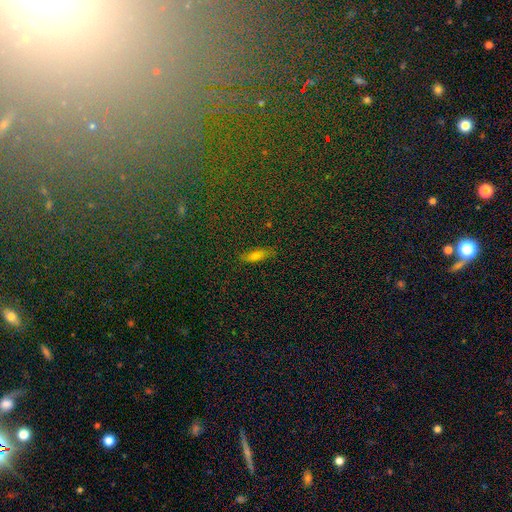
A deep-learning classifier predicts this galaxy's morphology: This appears to be a smooth galaxy with no disk features (66%) that is in between round and cigar-shaped (51%). Merging: none (83%).